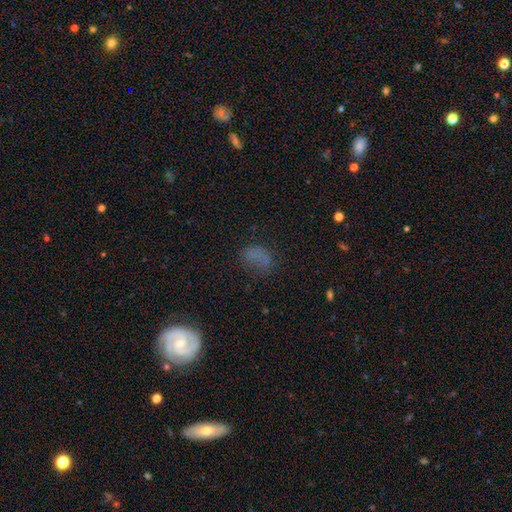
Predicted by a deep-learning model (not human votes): Q: Smooth or featured?
A: smooth (54%); runner-up: featured or disk (23%)
Q: How rounded?
A: in between (68%); runner-up: round (30%)
Q: Merging?
A: none (50%); runner-up: minor disturbance (23%)